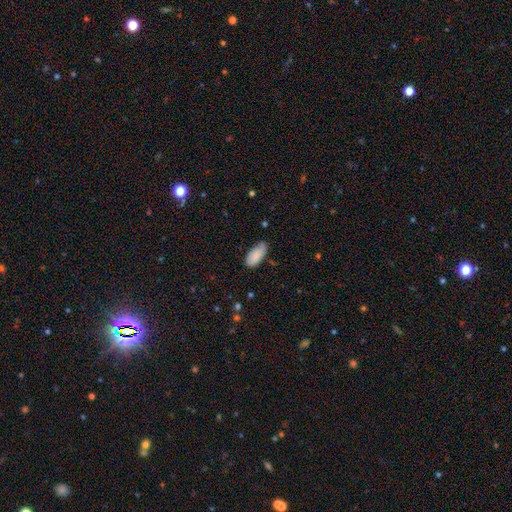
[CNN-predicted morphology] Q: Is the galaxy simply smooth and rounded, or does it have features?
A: smooth — 87%.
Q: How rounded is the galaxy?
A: in between — 90%.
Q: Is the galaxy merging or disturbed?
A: none — 65%.